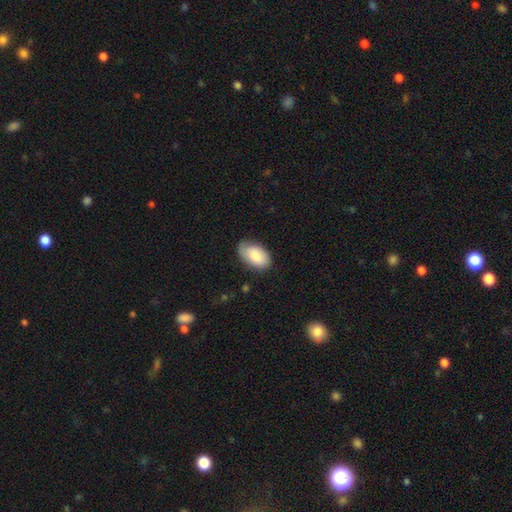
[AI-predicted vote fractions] smooth 81%, featured or disk 13%, star or artifact 6%. Down the decision tree: how rounded — in between (95%); merging — none (71%).